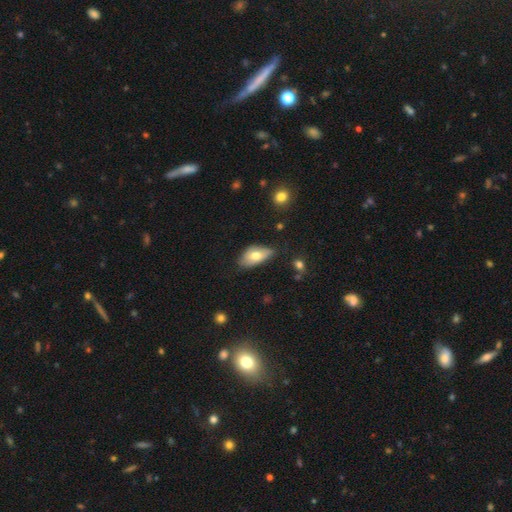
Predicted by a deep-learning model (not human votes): Q: Smooth or featured?
A: smooth (70%); runner-up: featured or disk (23%)
Q: How rounded?
A: in between (93%); runner-up: round (4%)
Q: Merging?
A: none (57%); runner-up: minor disturbance (33%)